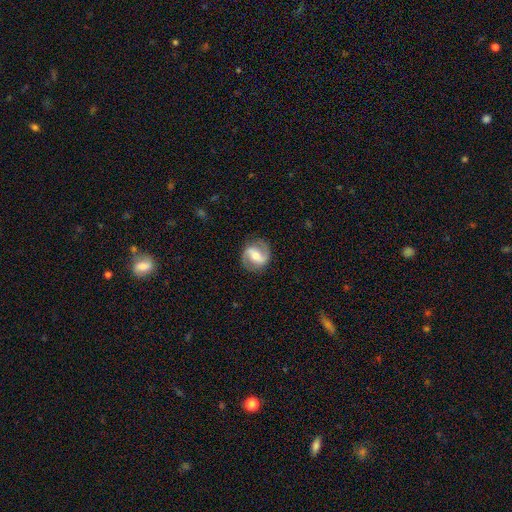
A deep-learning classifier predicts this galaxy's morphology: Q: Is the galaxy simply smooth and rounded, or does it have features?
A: featured or disk — 79%.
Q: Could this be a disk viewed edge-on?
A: no — 97%.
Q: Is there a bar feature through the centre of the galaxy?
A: strong — 42%.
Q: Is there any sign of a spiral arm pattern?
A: yes — 91%.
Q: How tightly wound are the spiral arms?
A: medium — 46%.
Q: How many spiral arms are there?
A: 2 — 92%.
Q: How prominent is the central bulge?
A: moderate — 64%.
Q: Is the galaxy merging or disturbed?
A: none — 85%.